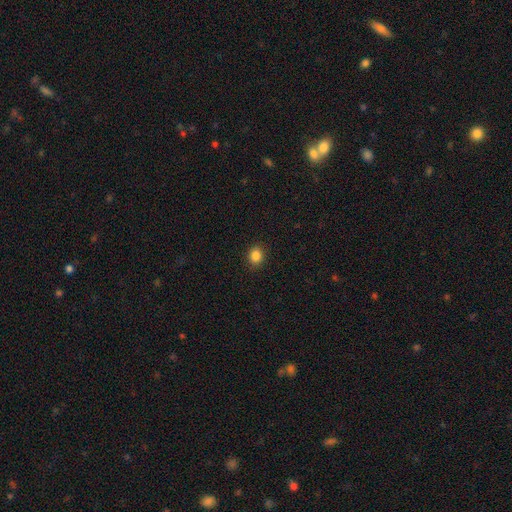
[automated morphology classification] Q: Smooth or featured?
A: smooth (85%); runner-up: star or artifact (11%)
Q: How rounded?
A: round (68%); runner-up: in between (31%)
Q: Merging?
A: none (90%); runner-up: minor disturbance (7%)